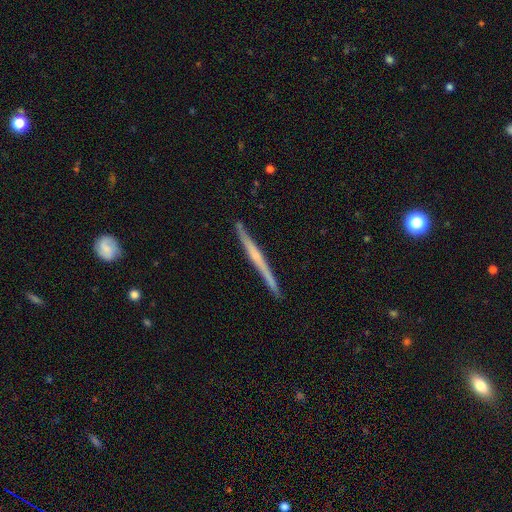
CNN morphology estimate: This is likely a featured or disk galaxy (67%). It is clearly viewed edge-on (98%). Edge-on bulge: possibly none (54%). Merging: clearly none (90%).